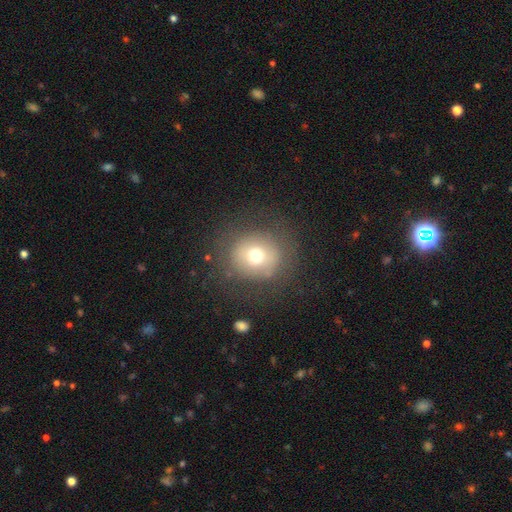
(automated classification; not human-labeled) A smooth galaxy with no disk features (66%) that is round (83%). Merging: none (76%).